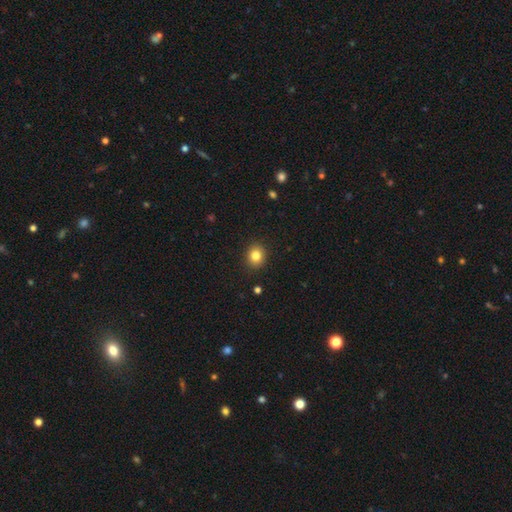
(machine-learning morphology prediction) Q: Smooth or featured?
A: smooth (83%); runner-up: star or artifact (11%)
Q: How rounded?
A: round (74%); runner-up: in between (26%)
Q: Merging?
A: none (91%); runner-up: minor disturbance (6%)